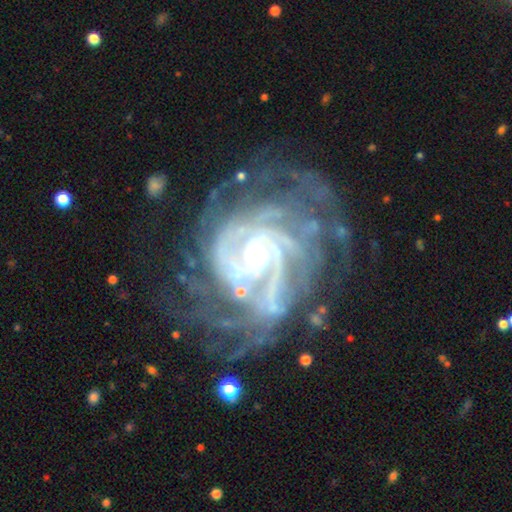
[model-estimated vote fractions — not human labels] Smooth or featured? Predicted: featured or disk (p=0.91). Edge-on disk? Predicted: no (p=0.98). Bar? Predicted: no (p=0.65). Spiral arms? Predicted: yes (p=0.98). Spiral winding? Predicted: tight (p=0.70). Spiral arm count? Predicted: can't tell (p=0.22). Bulge size? Predicted: small (p=0.65). Merging? Predicted: none (p=0.62).